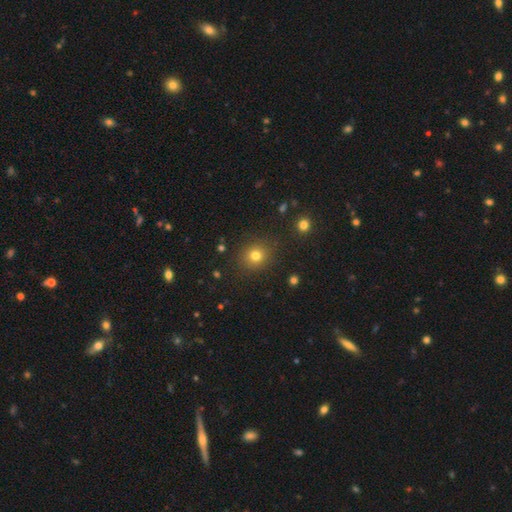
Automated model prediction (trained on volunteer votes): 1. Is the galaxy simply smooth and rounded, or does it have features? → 77% smooth, 16% star or artifact, 8% featured or disk.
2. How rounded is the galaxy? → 86% round, 13% in between, 1% cigar-shaped.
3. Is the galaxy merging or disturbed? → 87% none, 8% minor disturbance, 3% major disturbance, 2% merger.